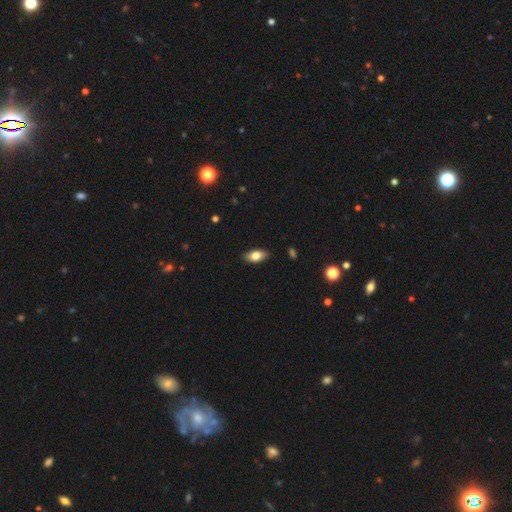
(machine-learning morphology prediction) Smooth or featured?
  - smooth: 81% *
  - featured or disk: 12%
  - star or artifact: 7%
How rounded?
  - in between: 90% *
  - cigar-shaped: 6%
  - round: 4%
Merging?
  - none: 88% *
  - minor disturbance: 9%
  - major disturbance: 2%
  - merger: 1%